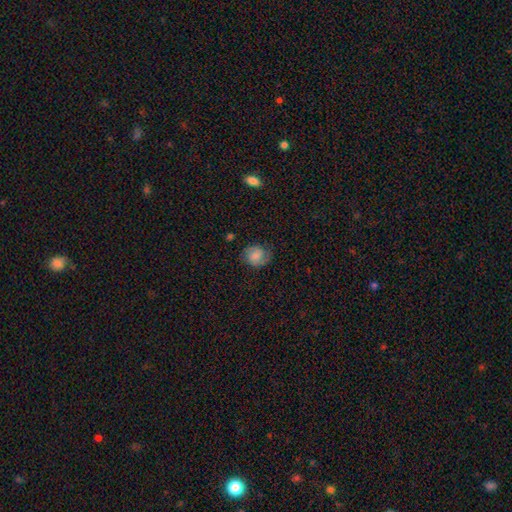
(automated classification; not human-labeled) This is possibly a smooth galaxy (49%). Merging: likely none (73%).